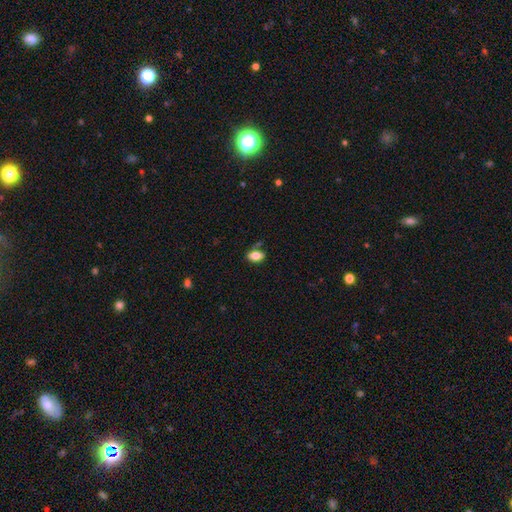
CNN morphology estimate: Overall: smooth (82%). How rounded: in between (89%). Merging: none (75%).